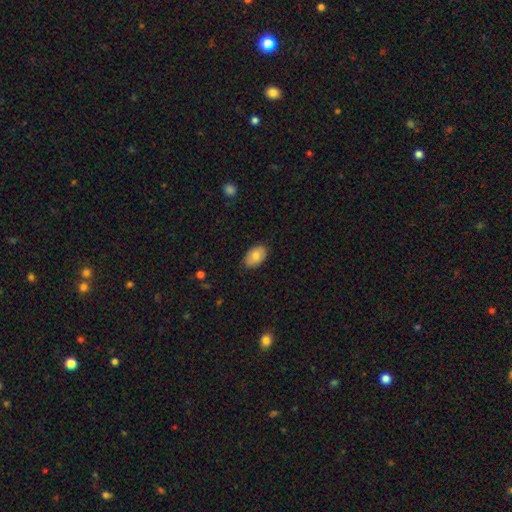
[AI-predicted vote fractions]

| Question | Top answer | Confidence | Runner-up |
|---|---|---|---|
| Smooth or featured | smooth | 77% | featured or disk (16%) |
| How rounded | in between | 90% | round (9%) |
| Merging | none | 84% | minor disturbance (13%) |